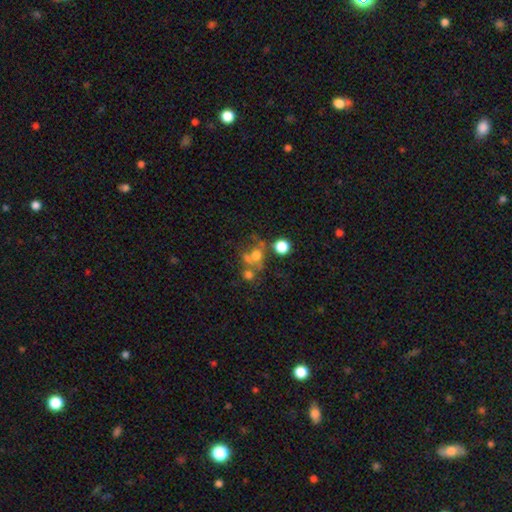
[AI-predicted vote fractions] Smooth or featured? smooth (49%)
Merging? merger (41%)